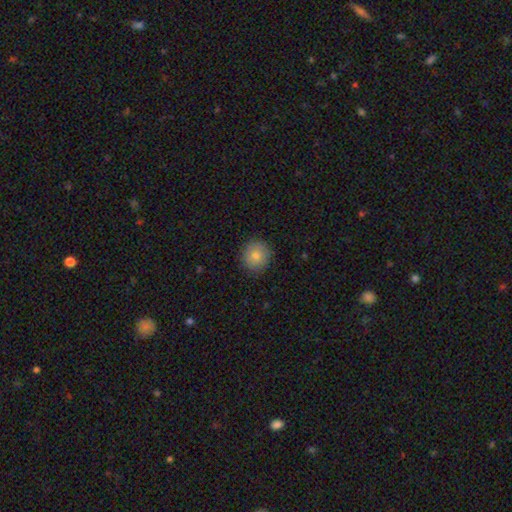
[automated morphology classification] smooth 78%, featured or disk 11%, star or artifact 11%. Down the decision tree: how rounded — round (91%); merging — none (90%).